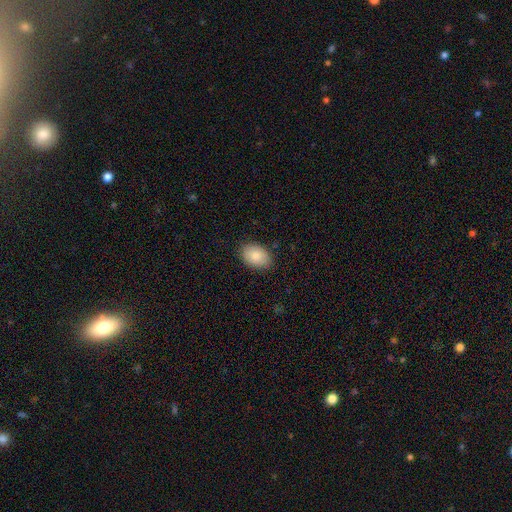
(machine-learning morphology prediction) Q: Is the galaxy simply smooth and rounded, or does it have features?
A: smooth — 85%.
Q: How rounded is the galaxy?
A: in between — 83%.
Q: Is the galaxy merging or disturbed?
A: none — 85%.